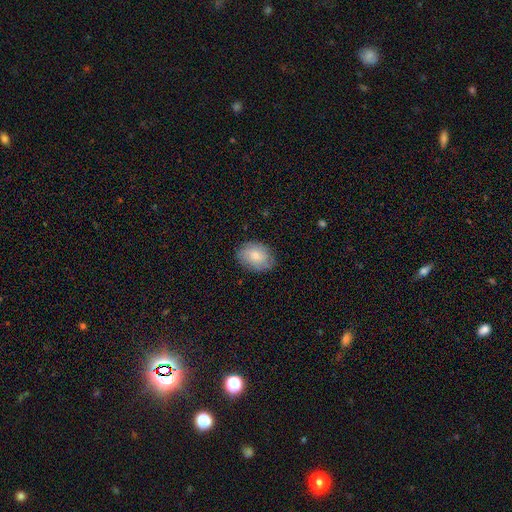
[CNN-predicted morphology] A smooth galaxy with no disk features (74%) that is in between round and cigar-shaped (74%).

Vote fractions:
- Smooth or featured? smooth: 74% / featured or disk: 19% / star or artifact: 7%
- How rounded? in between: 74% / round: 25% / cigar-shaped: 1%
- Merging? none: 80% / minor disturbance: 15% / major disturbance: 3% / merger: 1%